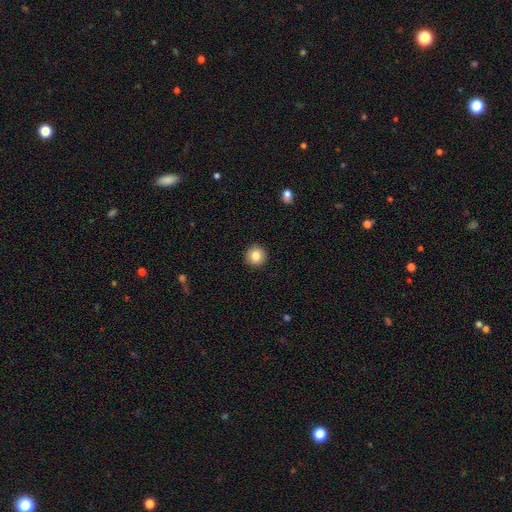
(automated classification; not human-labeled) The model was most divided on "smooth or featured": smooth: 84%, star or artifact: 9%, featured or disk: 7%. More confident: how rounded — round (95%); merging — none (93%).